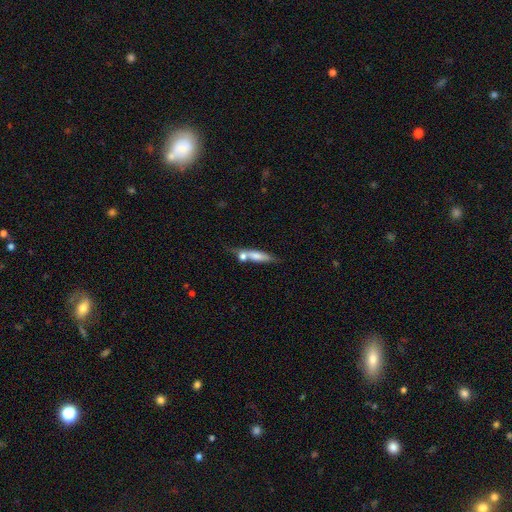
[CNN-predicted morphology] Smooth or featured? smooth (60%)
How rounded? cigar-shaped (76%)
Merging? none (42%)